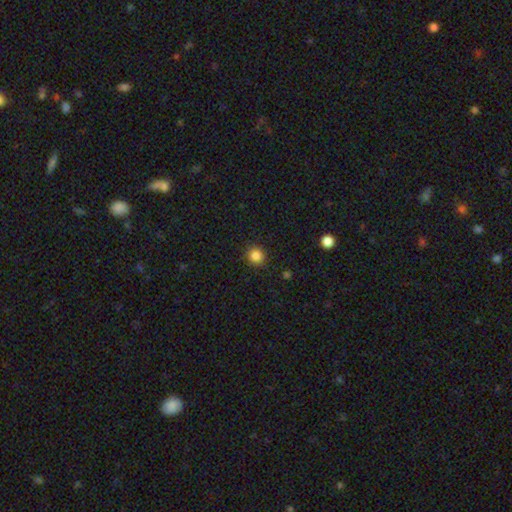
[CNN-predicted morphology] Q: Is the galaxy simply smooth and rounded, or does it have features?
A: smooth — 85%.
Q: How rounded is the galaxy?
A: round — 90%.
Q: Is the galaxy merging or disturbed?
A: none — 91%.